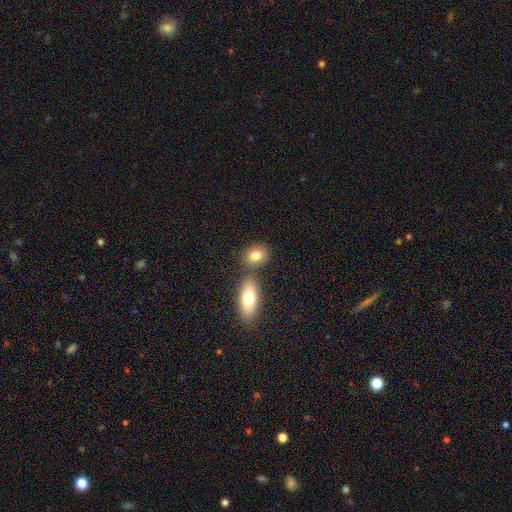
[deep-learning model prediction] This appears to be a smooth galaxy with no disk features (80%) that is in between round and cigar-shaped (57%). Merging: none (65%).